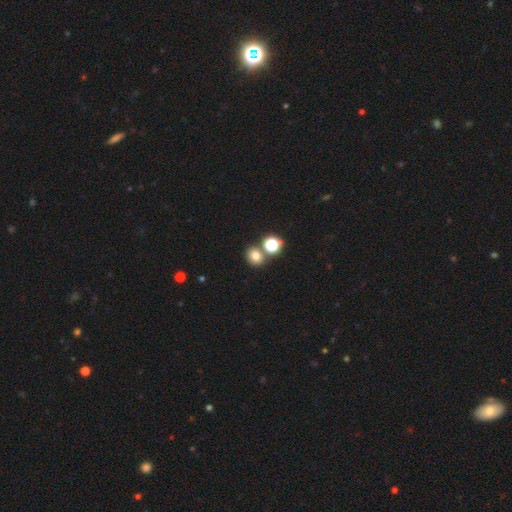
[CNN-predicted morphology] Overall: smooth (74%). How rounded: round (68%; in between 31%). Merging: none (69%).